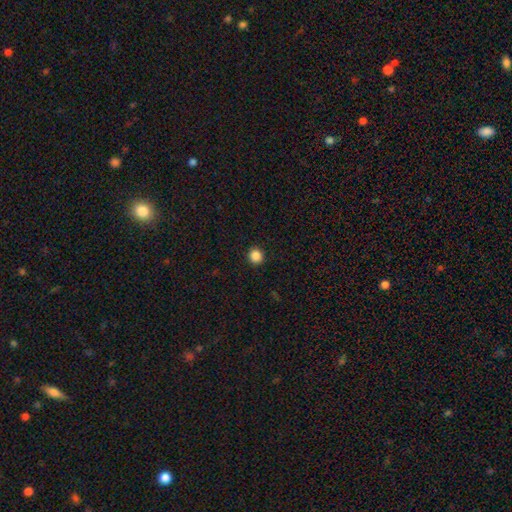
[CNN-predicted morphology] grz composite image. It shows a smooth galaxy with no disk features (87%) that is round (91%). Merging: none (92%).